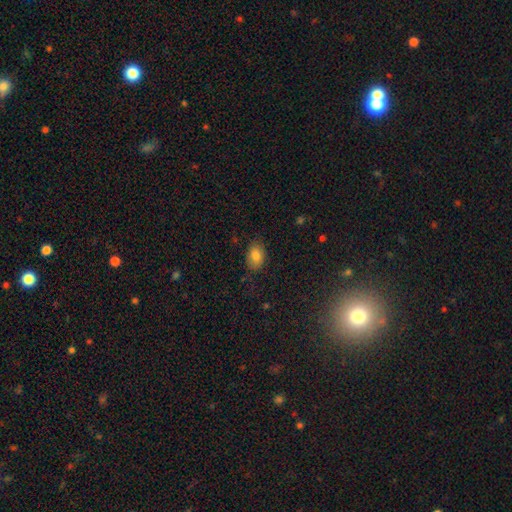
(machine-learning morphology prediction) Overall: smooth (82%). How rounded: in between (84%). Merging: none (82%).